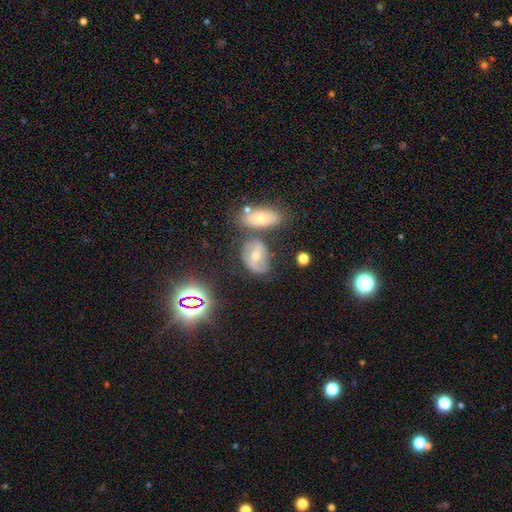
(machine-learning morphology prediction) This is possibly a featured or disk galaxy (50%). It is clearly not viewed edge-on (91%). Merging: possibly none (54%).